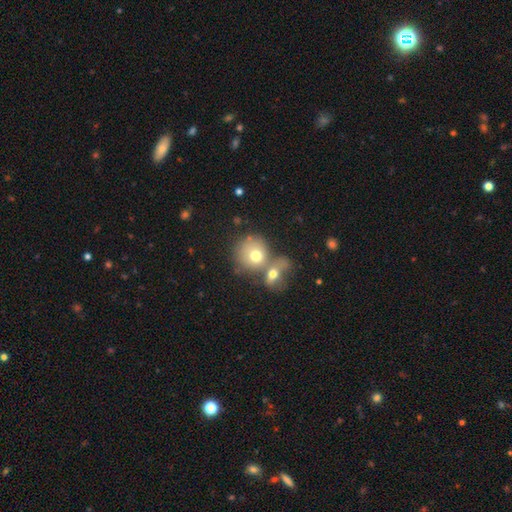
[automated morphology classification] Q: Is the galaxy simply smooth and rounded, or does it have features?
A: smooth — 69%.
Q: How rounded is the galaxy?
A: round — 80%.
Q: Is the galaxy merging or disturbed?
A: merger — 55%.